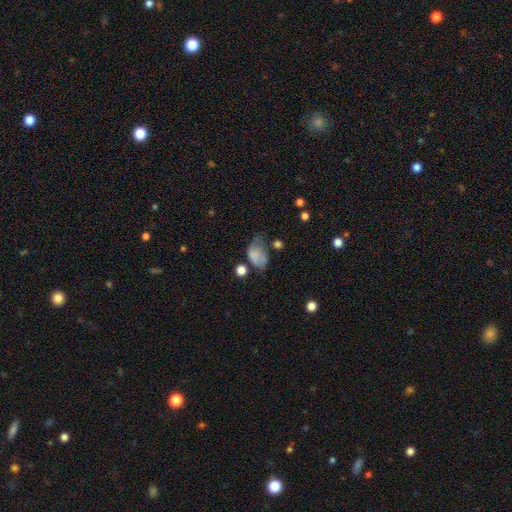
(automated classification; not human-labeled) smooth 69%, featured or disk 19%, star or artifact 12%. Down the decision tree: how rounded — in between (83%); merging — minor disturbance (34%).